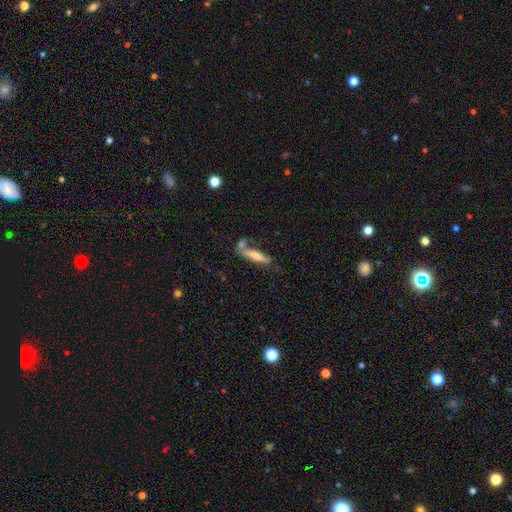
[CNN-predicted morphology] smooth_or_featured: smooth (p=0.58) [alt: featured or disk p=0.35]
how_rounded: cigar-shaped (p=0.82) [alt: in between p=0.17]
merging: none (p=0.56) [alt: merger p=0.22]